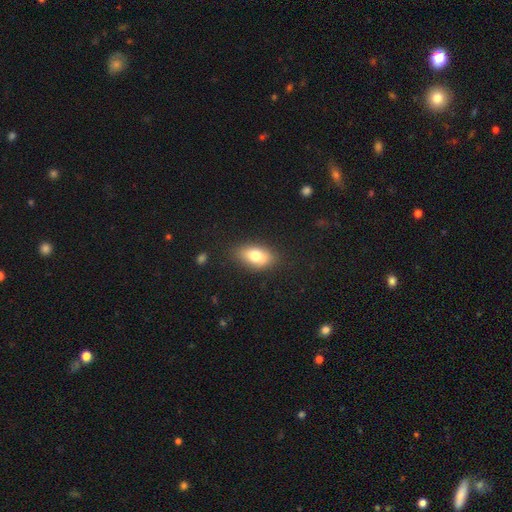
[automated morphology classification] Overall: smooth (77%). How rounded: in between (87%). Merging: none (82%).